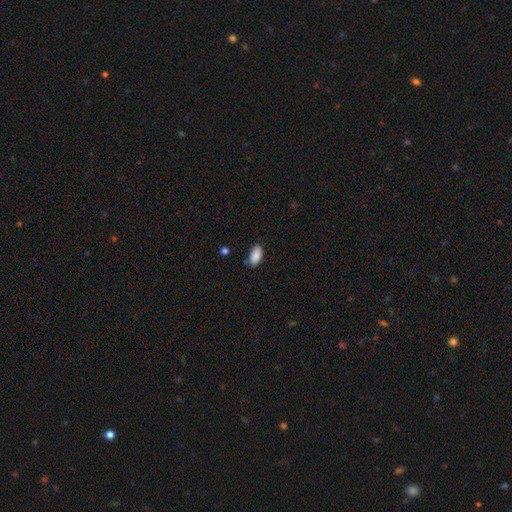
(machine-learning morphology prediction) A smooth galaxy with no disk features (89%) that is in between round and cigar-shaped (93%).

Vote fractions:
- Smooth or featured? smooth: 89% / star or artifact: 7% / featured or disk: 4%
- How rounded? in between: 93% / cigar-shaped: 5% / round: 3%
- Merging? none: 79% / minor disturbance: 16% / major disturbance: 3% / merger: 3%